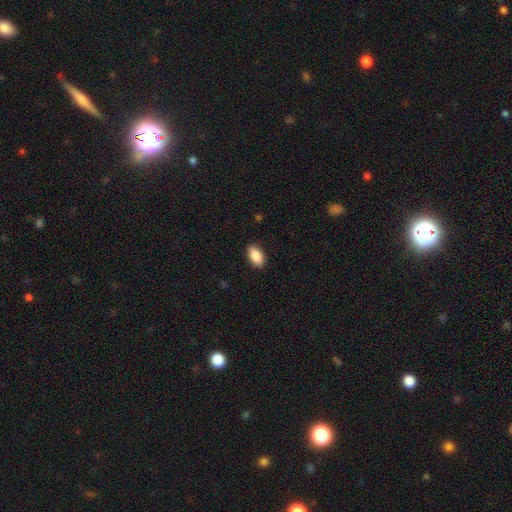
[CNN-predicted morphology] Smooth or featured? Predicted: smooth (p=0.89). How rounded? Predicted: in between (p=0.94). Merging? Predicted: none (p=0.90).